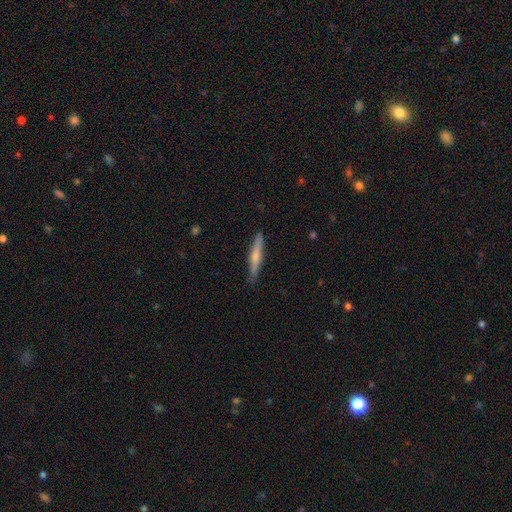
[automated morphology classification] A smooth galaxy with no disk features (55%) that is cigar-shaped (93%).

Vote fractions:
- Smooth or featured? smooth: 55% / featured or disk: 40% / star or artifact: 6%
- How rounded? cigar-shaped: 93% / in between: 5% / round: 1%
- Merging? none: 86% / minor disturbance: 11% / major disturbance: 2% / merger: 1%